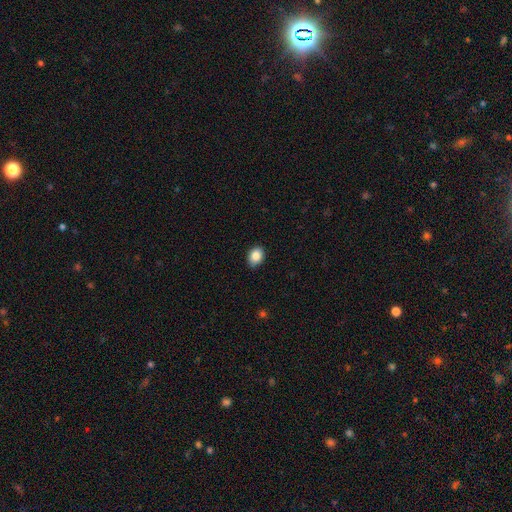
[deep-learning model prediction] Morphology: type=smooth (86%); roundness=in between (66%); merging=none (87%).